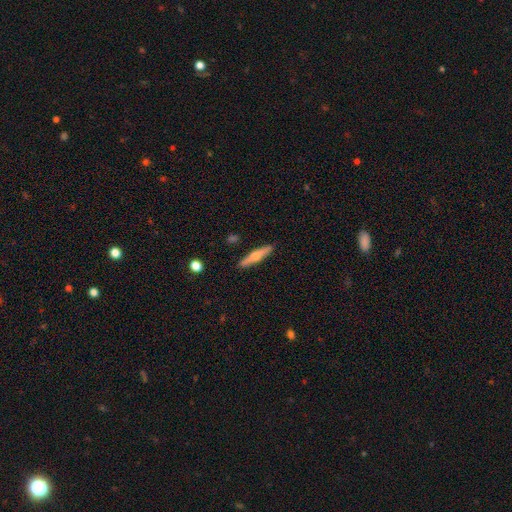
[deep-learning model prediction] Morphology: type=featured or disk (55%); edge-on=yes (96%); edge-on bulge=rounded (92%); merging=none (90%).